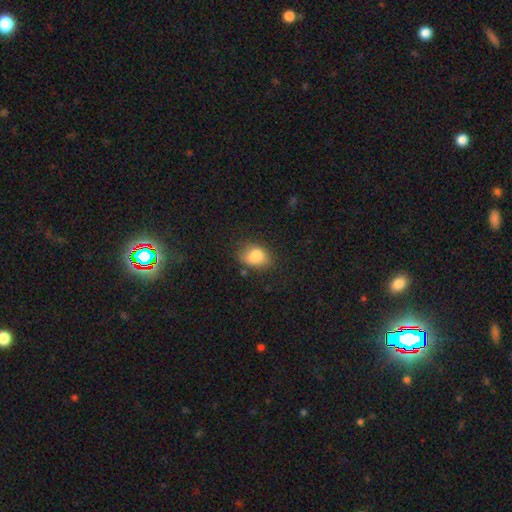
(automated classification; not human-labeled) Q: Smooth or featured?
A: smooth (82%); runner-up: featured or disk (9%)
Q: How rounded?
A: in between (76%); runner-up: round (23%)
Q: Merging?
A: none (60%); runner-up: minor disturbance (28%)